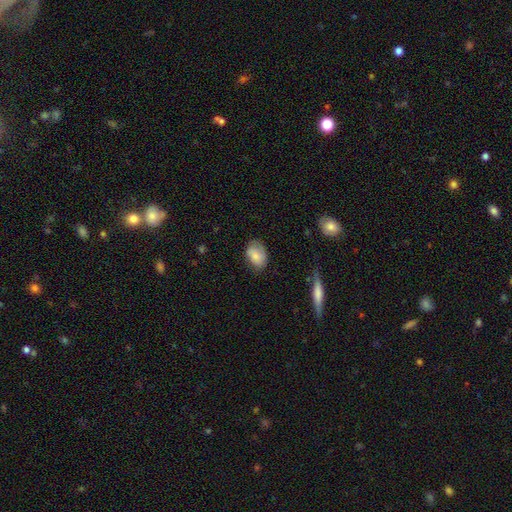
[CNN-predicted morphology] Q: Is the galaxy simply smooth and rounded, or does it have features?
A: smooth — 78%.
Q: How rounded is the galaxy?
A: in between — 83%.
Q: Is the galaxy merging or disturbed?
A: none — 65%.